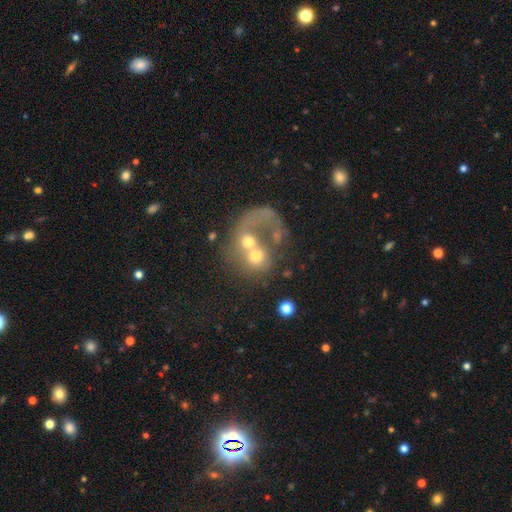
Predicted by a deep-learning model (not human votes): Smooth or featured?
  - featured or disk: 46% *
  - smooth: 43%
  - star or artifact: 11%
Merging?
  - merger: 71% *
  - major disturbance: 14%
  - none: 10%
  - minor disturbance: 5%